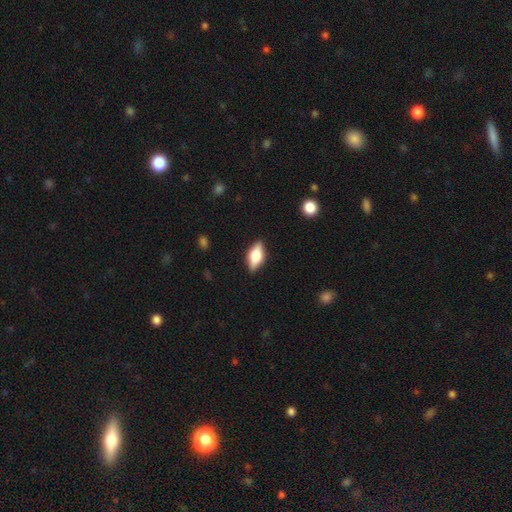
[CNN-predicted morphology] Smooth or featured? Predicted: smooth (p=0.59). How rounded? Predicted: in between (p=0.81). Merging? Predicted: none (p=0.86).